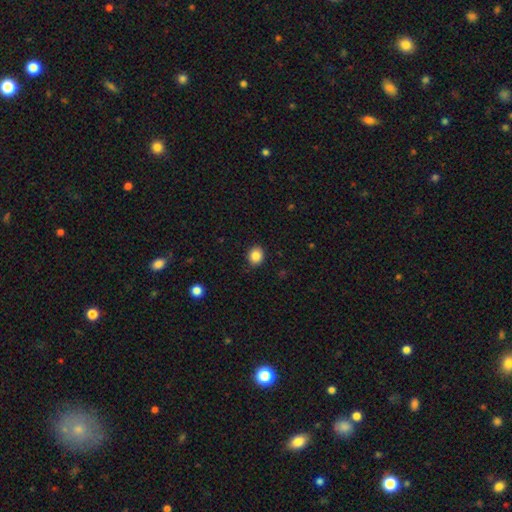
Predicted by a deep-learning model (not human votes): Smooth or featured? Predicted: smooth (p=0.86). How rounded? Predicted: round (p=0.70). Merging? Predicted: none (p=0.89).